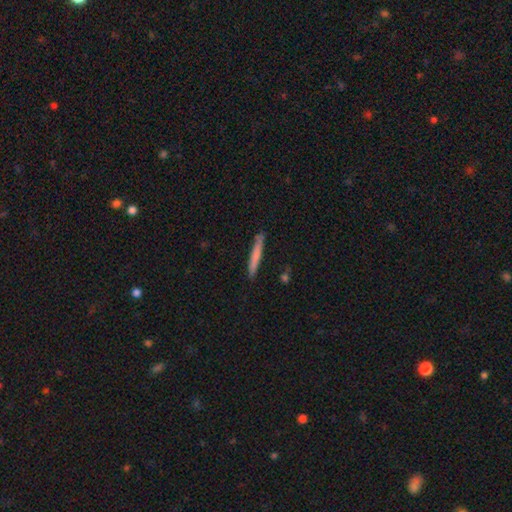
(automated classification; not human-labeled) smooth_or_featured: smooth (p=0.71) [alt: featured or disk p=0.24]
how_rounded: cigar-shaped (p=0.96) [alt: in between p=0.03]
merging: none (p=0.87) [alt: minor disturbance p=0.10]